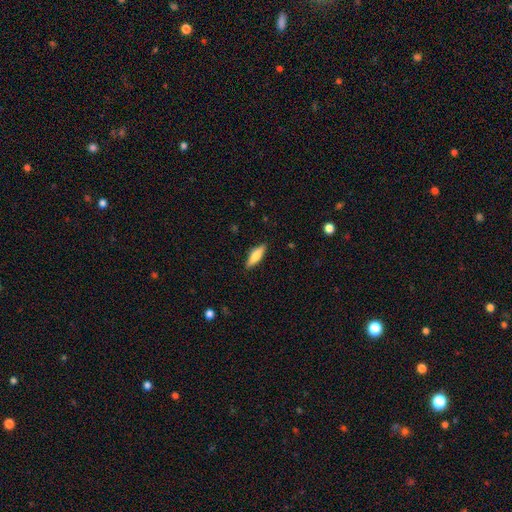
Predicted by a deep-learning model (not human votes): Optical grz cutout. It shows a smooth galaxy with no disk features (73%) that is cigar-shaped (52%). Merging: none (88%).